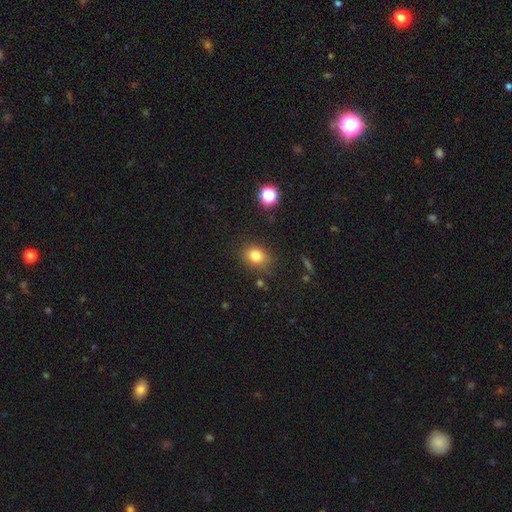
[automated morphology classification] smooth_or_featured: smooth (p=0.81) [alt: star or artifact p=0.12]
how_rounded: in between (p=0.51) [alt: round p=0.48]
merging: none (p=0.81) [alt: minor disturbance p=0.13]